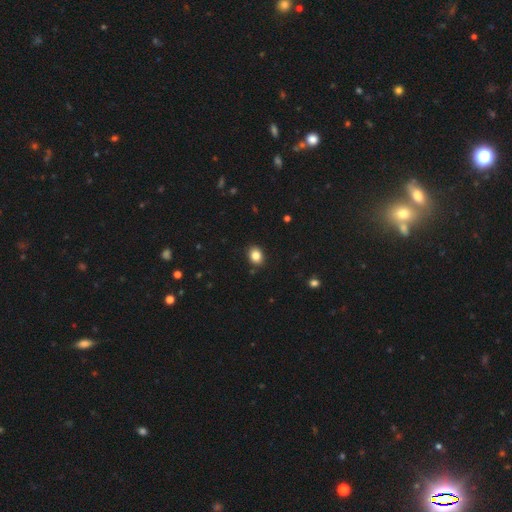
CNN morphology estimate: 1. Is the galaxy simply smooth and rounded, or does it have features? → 85% smooth, 10% star or artifact, 5% featured or disk.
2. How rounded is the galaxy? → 52% in between, 47% round, 1% cigar-shaped.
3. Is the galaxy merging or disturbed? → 89% none, 8% minor disturbance, 2% major disturbance, 1% merger.